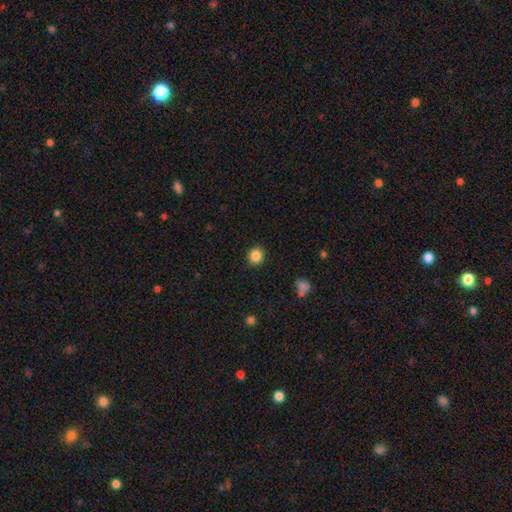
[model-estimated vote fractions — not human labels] The model was most divided on "how rounded": round: 78%, in between: 21%, cigar-shaped: 1%. More confident: merging — none (90%); smooth or featured — smooth (86%).